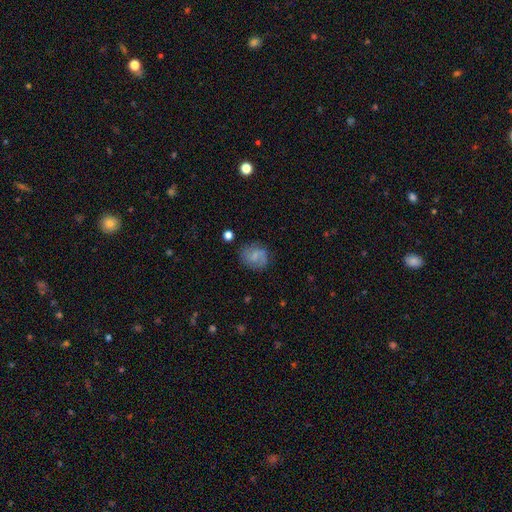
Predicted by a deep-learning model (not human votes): The model was most divided on "smooth or featured": featured or disk: 51%, smooth: 40%, star or artifact: 9%. More confident: edge-on disk — no (98%); merging — none (73%).